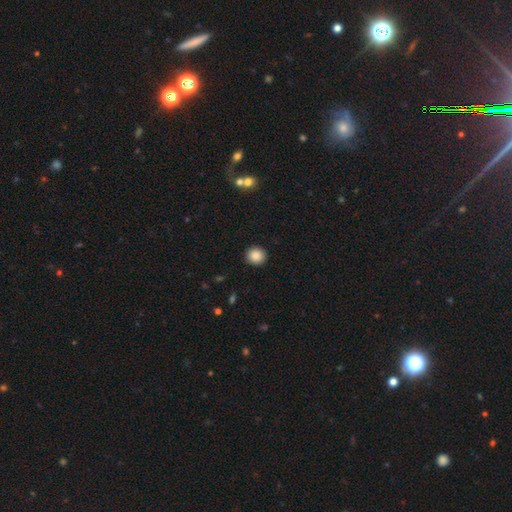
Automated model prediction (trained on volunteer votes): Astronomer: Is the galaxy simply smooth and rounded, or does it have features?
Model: smooth — 88%.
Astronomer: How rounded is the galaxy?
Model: round — 89%.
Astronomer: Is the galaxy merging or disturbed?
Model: none — 92%.